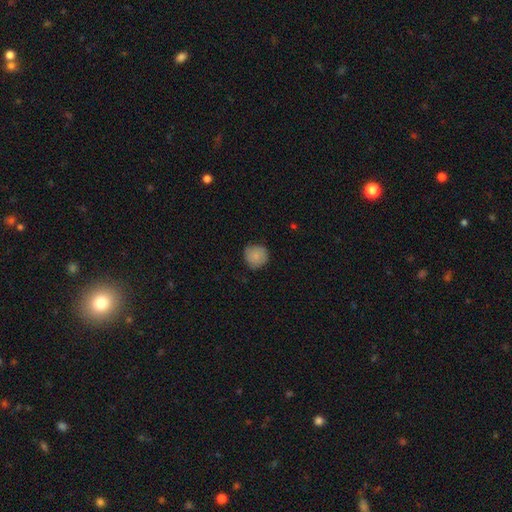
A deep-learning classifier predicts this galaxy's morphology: Smooth or featured: smooth — 82% (featured or disk — 11%)
How rounded: round — 92% (in between — 7%)
Merging: none — 80% (minor disturbance — 16%)